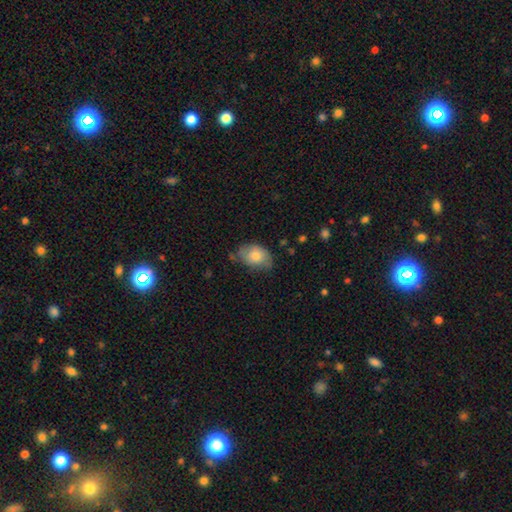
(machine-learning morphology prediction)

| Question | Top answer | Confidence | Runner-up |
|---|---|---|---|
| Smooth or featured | smooth | 76% | featured or disk (17%) |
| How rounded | in between | 81% | round (18%) |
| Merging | none | 57% | minor disturbance (33%) |